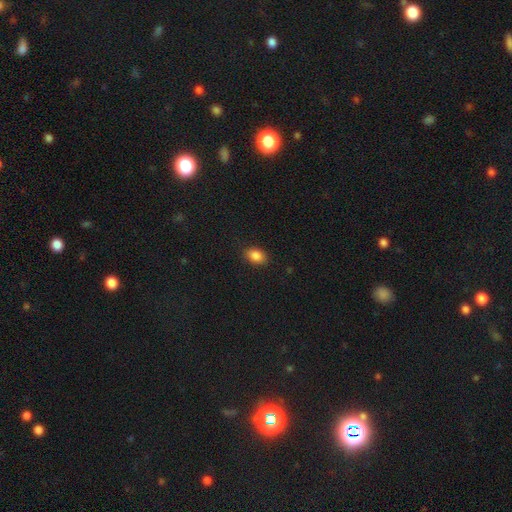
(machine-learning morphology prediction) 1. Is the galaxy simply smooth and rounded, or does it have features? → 87% smooth, 9% star or artifact, 5% featured or disk.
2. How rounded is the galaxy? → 83% in between, 16% round, 2% cigar-shaped.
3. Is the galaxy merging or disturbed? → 86% none, 10% minor disturbance, 3% major disturbance, 1% merger.